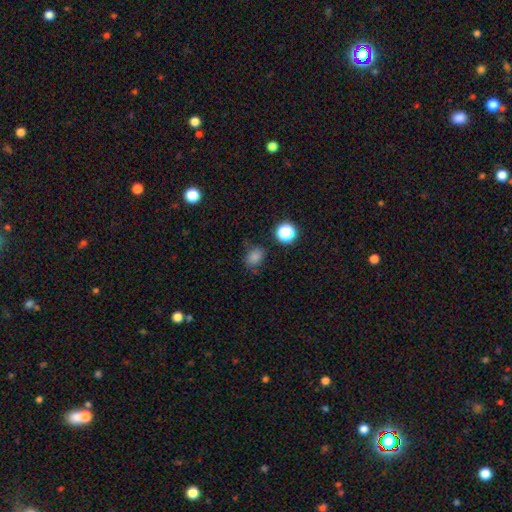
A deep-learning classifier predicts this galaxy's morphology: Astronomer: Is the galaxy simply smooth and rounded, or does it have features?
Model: smooth — 79%.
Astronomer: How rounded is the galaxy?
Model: in between — 58% (runner-up: round, 41%).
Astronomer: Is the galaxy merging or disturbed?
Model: none — 75%.